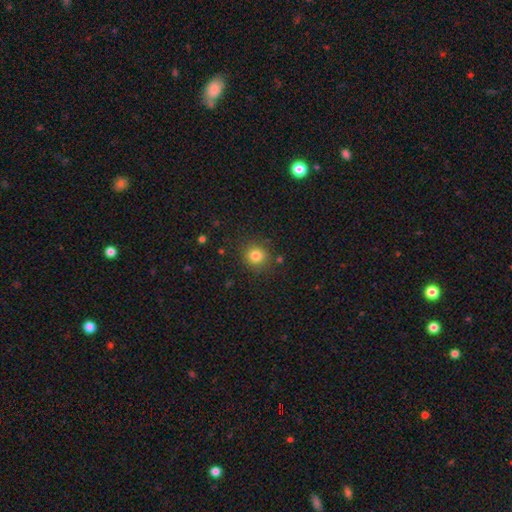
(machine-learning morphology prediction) Overall: smooth (82%). How rounded: round (87%). Merging: none (86%).